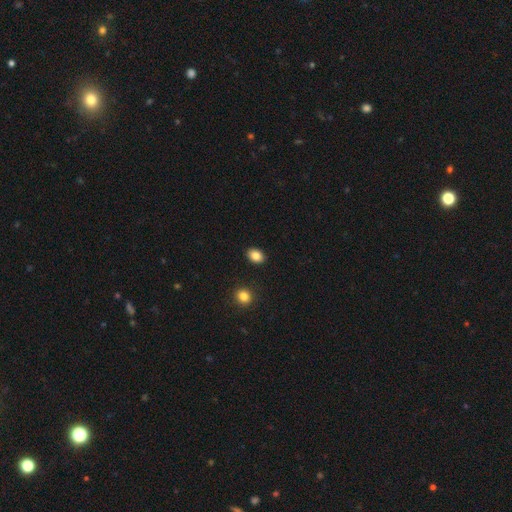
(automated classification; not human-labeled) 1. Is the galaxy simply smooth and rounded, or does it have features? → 85% smooth, 9% star or artifact, 6% featured or disk.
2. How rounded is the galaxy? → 74% in between, 25% round, 1% cigar-shaped.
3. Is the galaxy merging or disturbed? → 89% none, 7% minor disturbance, 2% major disturbance, 2% merger.